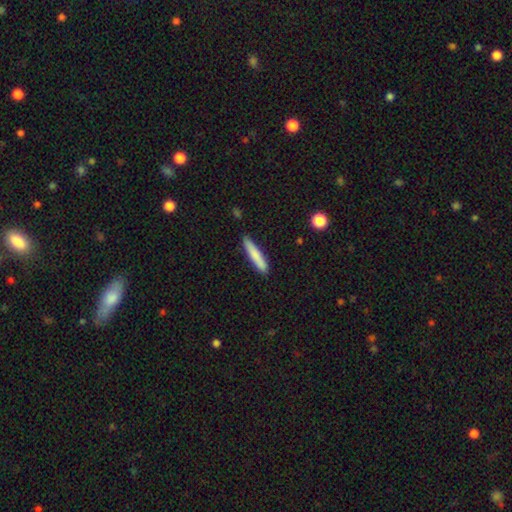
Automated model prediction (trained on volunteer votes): A smooth galaxy with no disk features (79%) that is cigar-shaped (91%). Merging: none (85%).